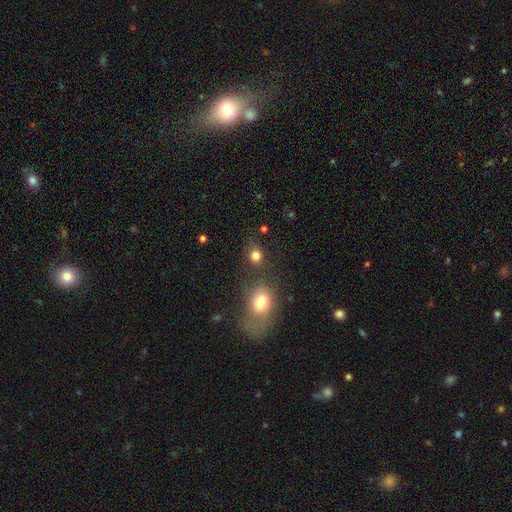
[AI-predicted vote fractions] A smooth galaxy with no disk features (81%) that is round (73%).

Vote fractions:
- Smooth or featured? smooth: 81% / star or artifact: 13% / featured or disk: 6%
- How rounded? round: 73% / in between: 26% / cigar-shaped: 1%
- Merging? none: 73% / merger: 11% / minor disturbance: 11% / major disturbance: 5%